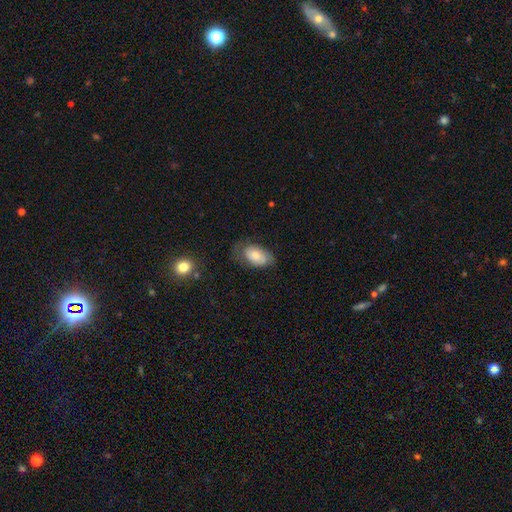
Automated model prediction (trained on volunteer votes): The model was most divided on "merging": none: 55%, minor disturbance: 31%, major disturbance: 13%, merger: 2%. More confident: how rounded — in between (93%); smooth or featured — smooth (71%).